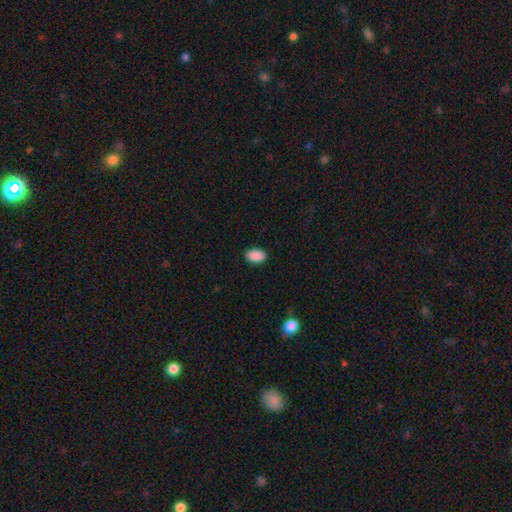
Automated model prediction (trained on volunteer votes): A smooth galaxy with no disk features (90%) that is in between round and cigar-shaped (92%).

Vote fractions:
- Smooth or featured? smooth: 90% / star or artifact: 7% / featured or disk: 3%
- How rounded? in between: 92% / round: 7% / cigar-shaped: 1%
- Merging? none: 88% / minor disturbance: 9% / major disturbance: 2% / merger: 1%